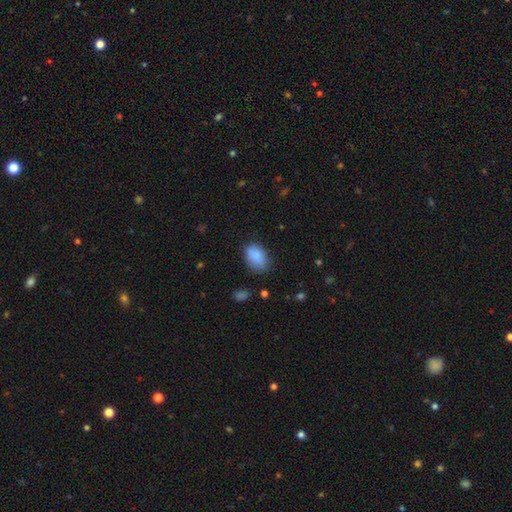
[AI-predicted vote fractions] The model was most divided on "merging": none: 71%, minor disturbance: 22%, major disturbance: 5%, merger: 2%. More confident: how rounded — in between (87%); smooth or featured — smooth (87%).